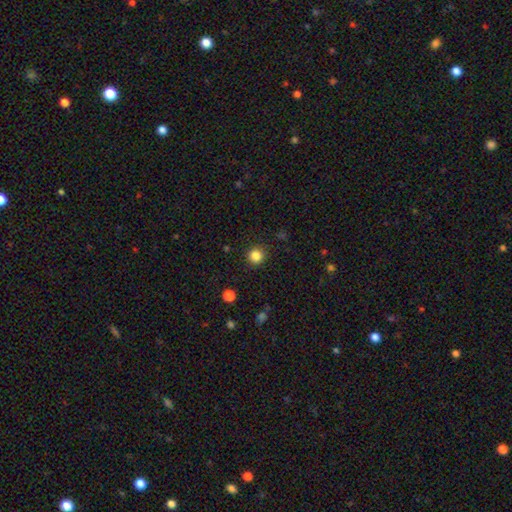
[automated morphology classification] smooth_or_featured: smooth (p=0.84) [alt: star or artifact p=0.12]
how_rounded: round (p=0.93) [alt: in between p=0.06]
merging: none (p=0.90) [alt: minor disturbance p=0.06]